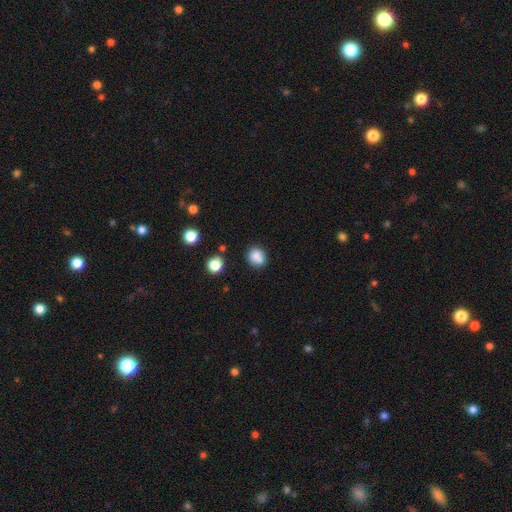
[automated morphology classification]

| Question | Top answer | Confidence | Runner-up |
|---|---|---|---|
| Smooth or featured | smooth | 79% | star or artifact (11%) |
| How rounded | round | 80% | in between (19%) |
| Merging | none | 59% | merger (23%) |